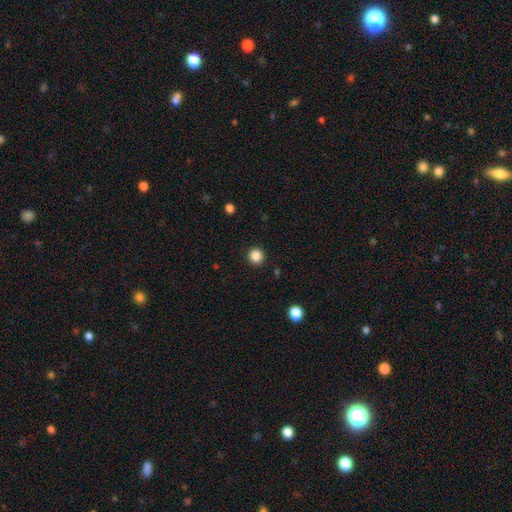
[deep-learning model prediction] The model was most divided on "smooth or featured": smooth: 86%, star or artifact: 11%, featured or disk: 3%. More confident: how rounded — round (95%); merging — none (92%).